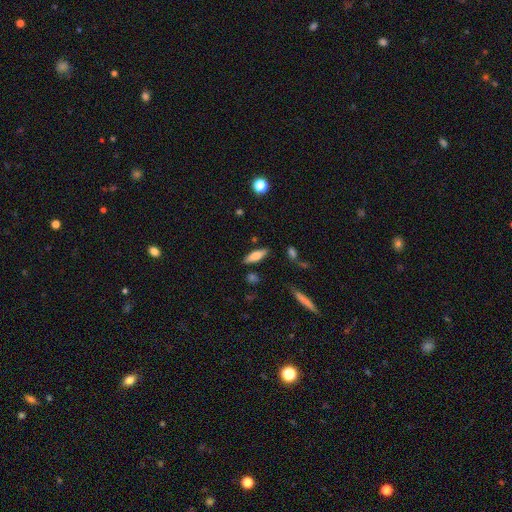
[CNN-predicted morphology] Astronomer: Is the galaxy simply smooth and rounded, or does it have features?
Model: smooth — 66%.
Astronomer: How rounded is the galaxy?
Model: in between — 51% (runner-up: cigar-shaped, 46%).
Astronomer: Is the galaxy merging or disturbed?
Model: none — 84%.